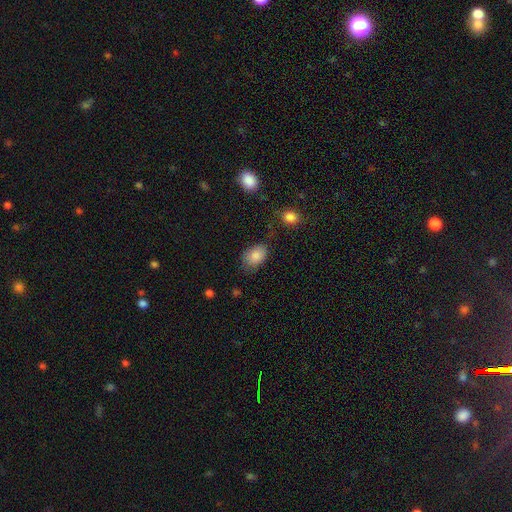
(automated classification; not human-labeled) This appears to be a smooth galaxy with no disk features (86%) that is in between round and cigar-shaped (83%). Merging: none (66%).